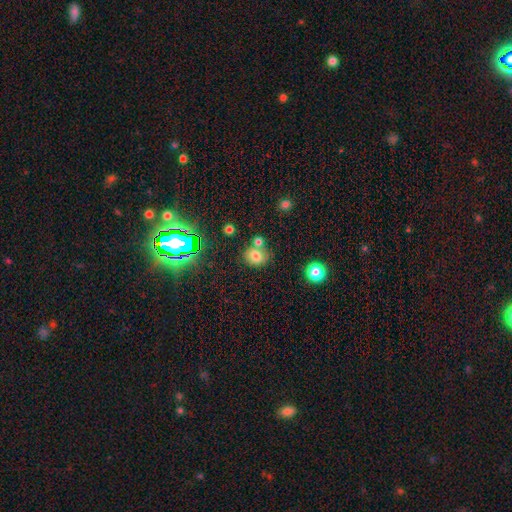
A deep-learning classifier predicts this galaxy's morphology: smooth 73%, star or artifact 16%, featured or disk 10%. Down the decision tree: how rounded — round (70%); merging — none (64%).